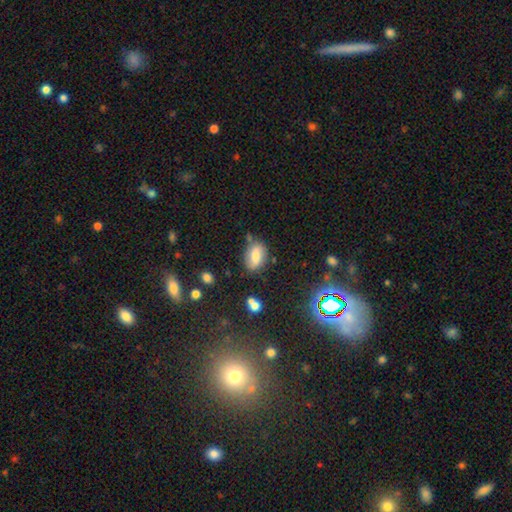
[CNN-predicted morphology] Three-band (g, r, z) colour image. It shows a smooth galaxy with no disk features (67%) that is in between round and cigar-shaped (81%). Merging: none (68%).